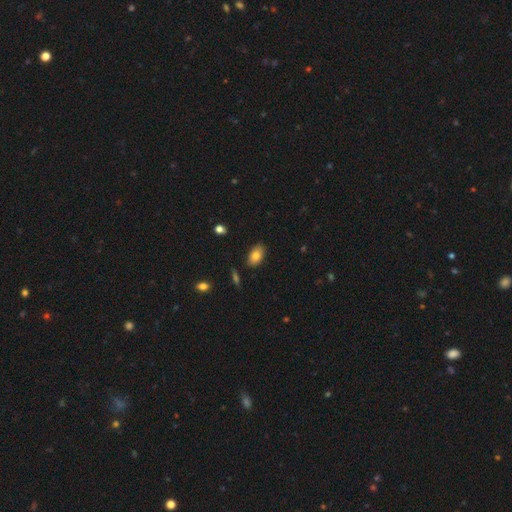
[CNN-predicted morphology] Overall: smooth (80%). How rounded: in between (91%). Merging: none (84%).